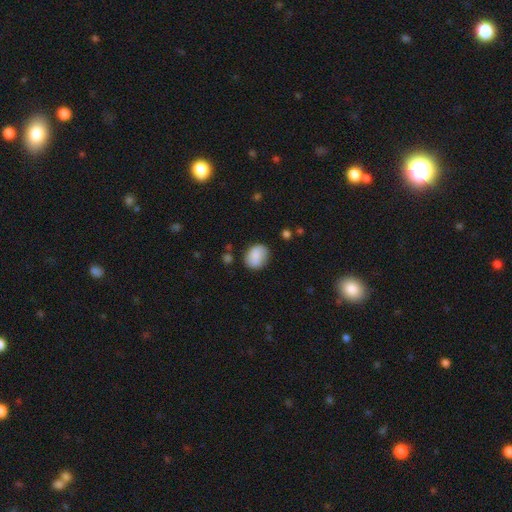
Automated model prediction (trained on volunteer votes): Overall: smooth (80%). How rounded: in between (51%; round 48%). Merging: none (77%).